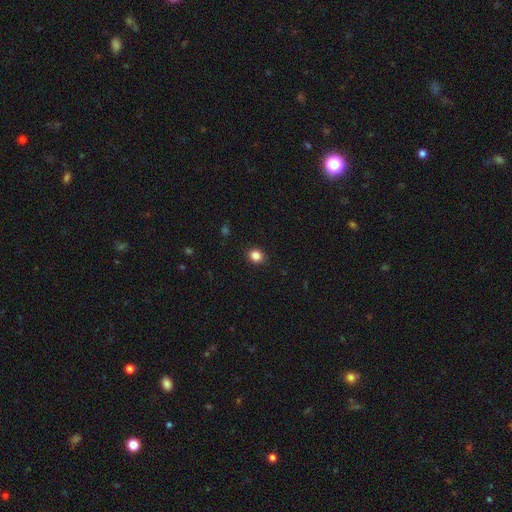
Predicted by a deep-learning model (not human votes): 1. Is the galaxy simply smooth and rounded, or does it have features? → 85% smooth, 11% star or artifact, 4% featured or disk.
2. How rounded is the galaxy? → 66% round, 33% in between, 1% cigar-shaped.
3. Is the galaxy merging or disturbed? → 90% none, 7% minor disturbance, 2% major disturbance, 1% merger.